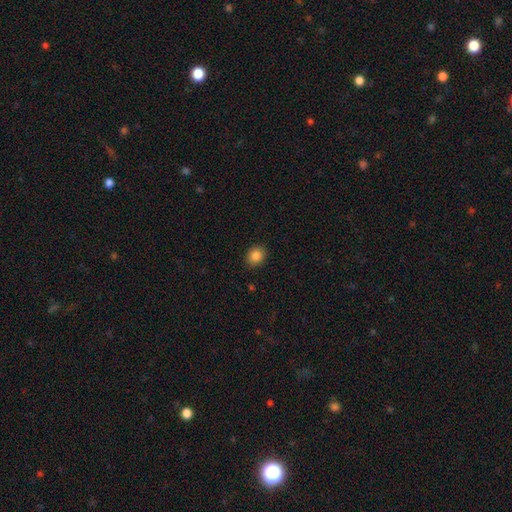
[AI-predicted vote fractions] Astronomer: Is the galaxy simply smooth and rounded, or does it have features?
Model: smooth — 85%.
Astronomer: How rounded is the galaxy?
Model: round — 61% (runner-up: in between, 38%).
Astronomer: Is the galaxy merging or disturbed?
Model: none — 90%.